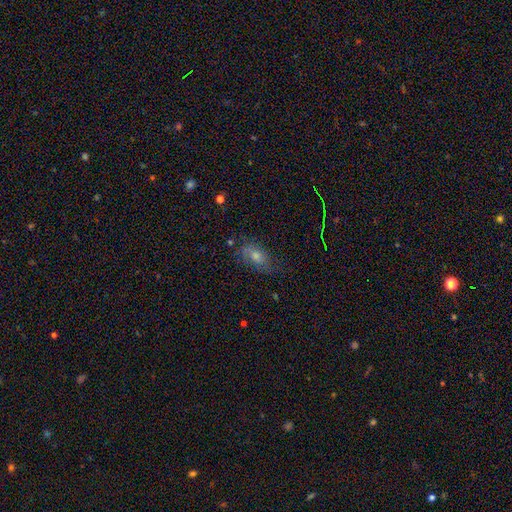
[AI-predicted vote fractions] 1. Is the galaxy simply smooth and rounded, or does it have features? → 43% smooth, 33% featured or disk, 24% star or artifact.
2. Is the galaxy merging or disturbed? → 66% none, 22% minor disturbance, 10% major disturbance, 2% merger.